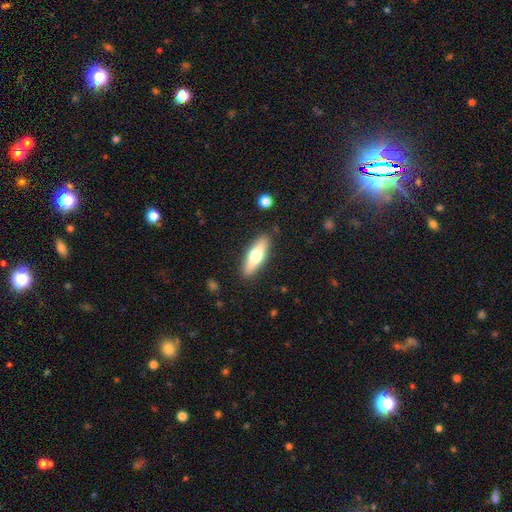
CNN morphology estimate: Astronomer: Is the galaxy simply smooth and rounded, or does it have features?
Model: smooth — 57% (runner-up: featured or disk, 37%).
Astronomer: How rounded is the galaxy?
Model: in between — 49%, tied with cigar-shaped at 49%.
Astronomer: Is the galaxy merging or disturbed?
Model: none — 87%.